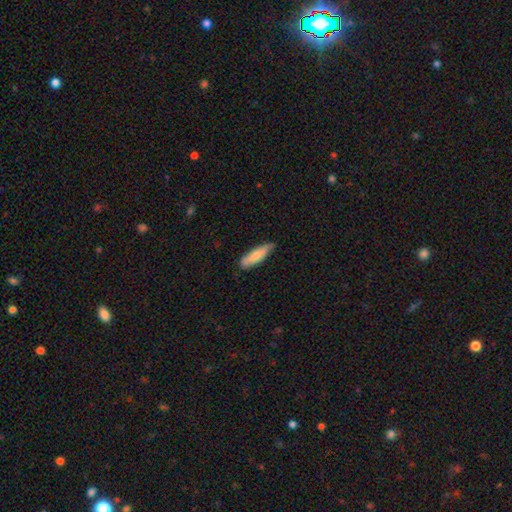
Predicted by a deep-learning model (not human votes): The model was most divided on "how rounded": cigar-shaped: 63%, in between: 35%, round: 2%. More confident: smooth or featured — smooth (74%); merging — none (71%).